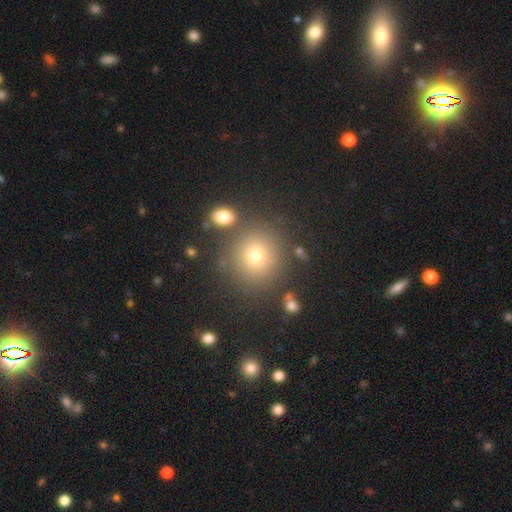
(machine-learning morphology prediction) Smooth or featured?
  - smooth: 72% *
  - star or artifact: 17%
  - featured or disk: 11%
How rounded?
  - round: 87% *
  - in between: 12%
  - cigar-shaped: 1%
Merging?
  - none: 80% *
  - minor disturbance: 9%
  - merger: 8%
  - major disturbance: 4%